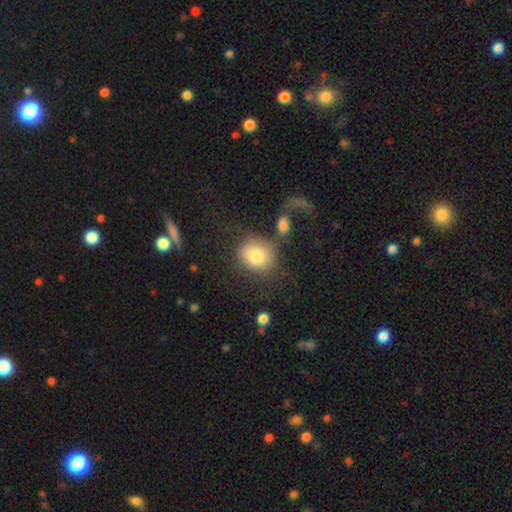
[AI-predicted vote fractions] Overall: smooth (79%). How rounded: round (72%). Merging: none (52%; major disturbance 17%).